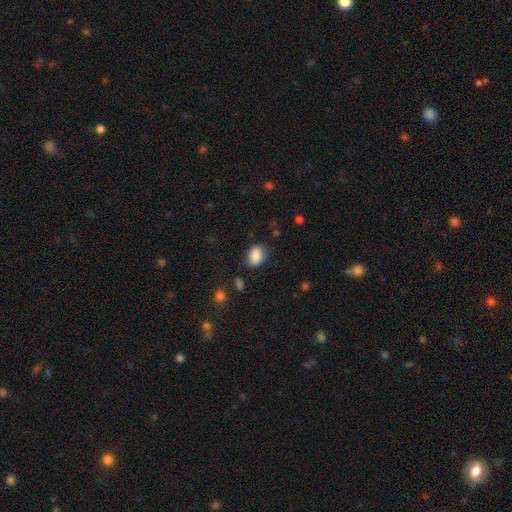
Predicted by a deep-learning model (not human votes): Morphology: type=smooth (87%); roundness=in between (64%); merging=none (74%).